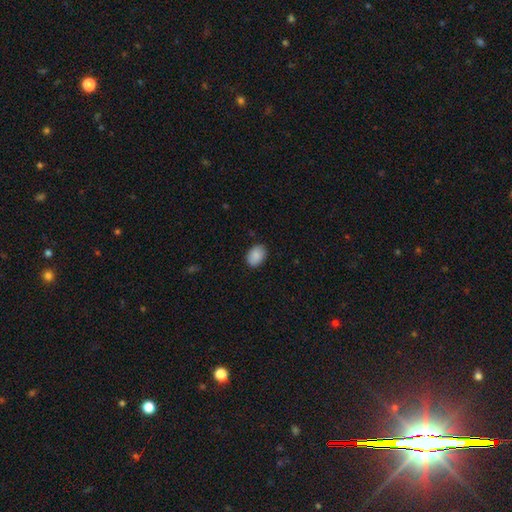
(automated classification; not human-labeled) This appears to be a smooth galaxy with no disk features (88%) that is in between round and cigar-shaped (74%). Merging: none (86%).